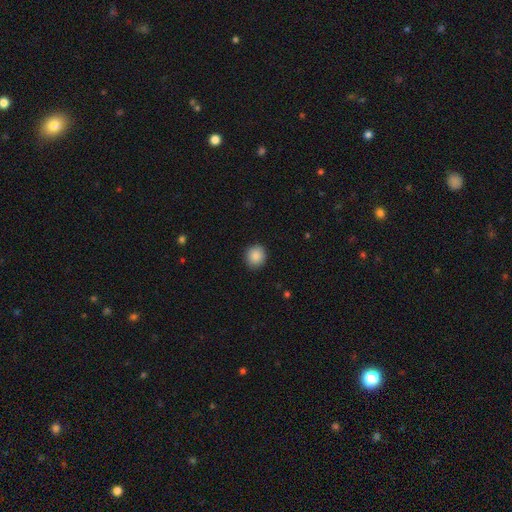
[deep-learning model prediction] Morphology: type=smooth (88%); roundness=round (86%); merging=none (90%).